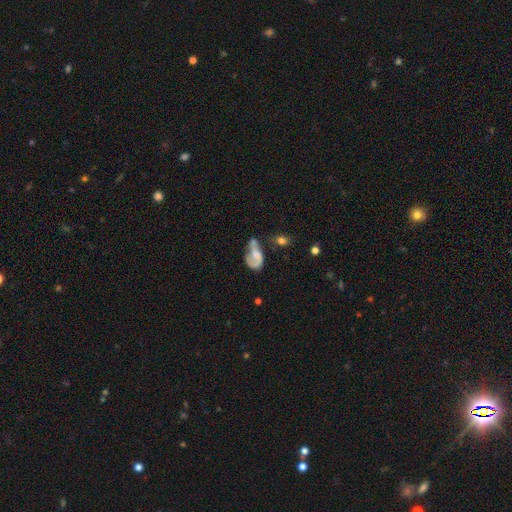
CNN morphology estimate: A featured or disk galaxy (56%) with no bar (68%), spiral arms (67%) and no central bulge (48%). Merging: major disturbance (34%).